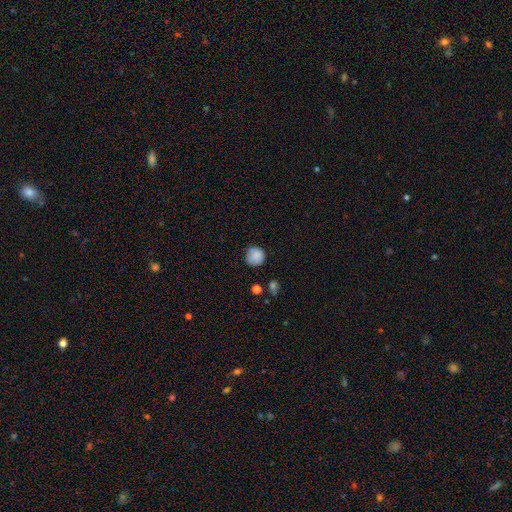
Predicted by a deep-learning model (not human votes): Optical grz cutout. It shows a smooth galaxy with no disk features (85%) that is round (92%). Merging: none (78%).